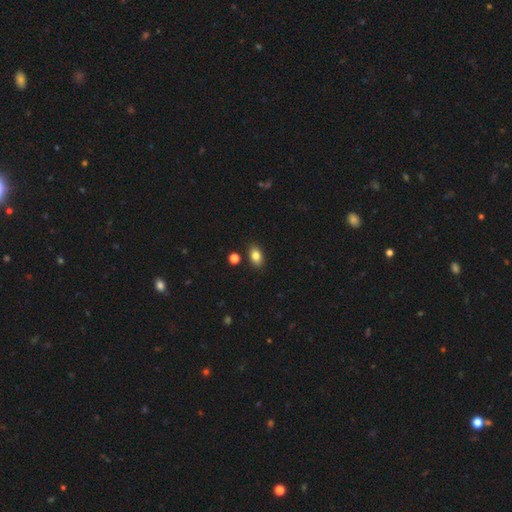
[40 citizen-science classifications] Q: Smooth or featured?
A: smooth (88%); runner-up: star or artifact (8%)
Q: How rounded?
A: in between (91%); runner-up: cigar-shaped (6%)
Q: Merging?
A: none (89%); runner-up: minor disturbance (8%)